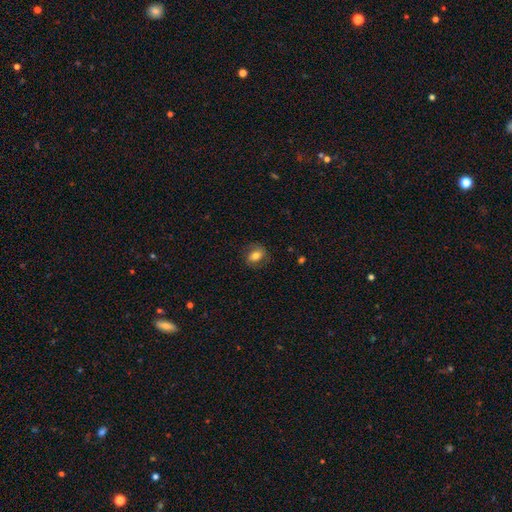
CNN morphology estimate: Smooth or featured?
  - smooth: 65% *
  - featured or disk: 26%
  - star or artifact: 9%
How rounded?
  - in between: 56% *
  - round: 42%
  - cigar-shaped: 1%
Merging?
  - none: 76% *
  - minor disturbance: 16%
  - major disturbance: 7%
  - merger: 1%